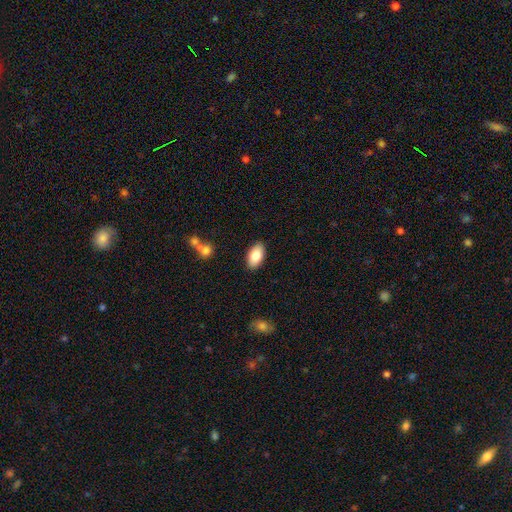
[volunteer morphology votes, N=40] smooth_or_featured: smooth (p=0.85) [alt: featured or disk p=0.12]
how_rounded: in between (p=0.94) [alt: cigar-shaped p=0.06]
merging: none (p=0.87) [alt: minor disturbance p=0.10]